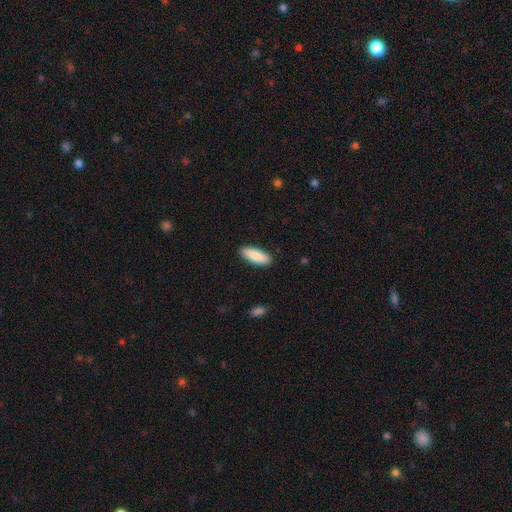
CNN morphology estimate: smooth 88%, featured or disk 7%, star or artifact 5%. Down the decision tree: how rounded — in between (64%); merging — none (89%).